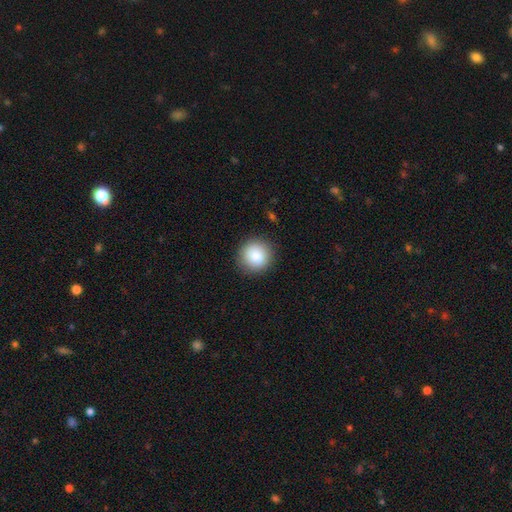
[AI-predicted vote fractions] This is clearly a smooth galaxy (86%). How rounded: clearly round (93%). Merging: clearly none (90%).